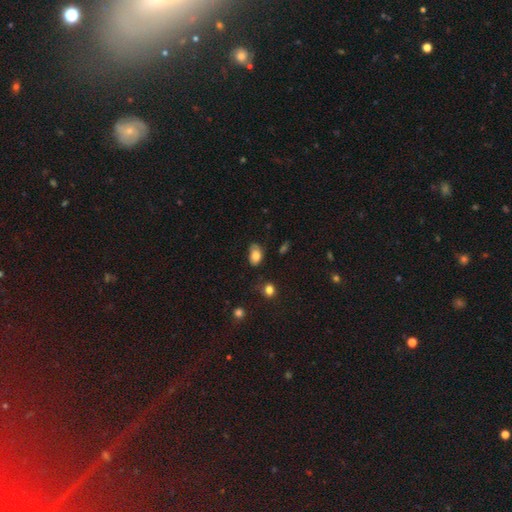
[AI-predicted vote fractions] smooth 79%, featured or disk 12%, star or artifact 9%. Down the decision tree: how rounded — in between (88%); merging — none (53%).